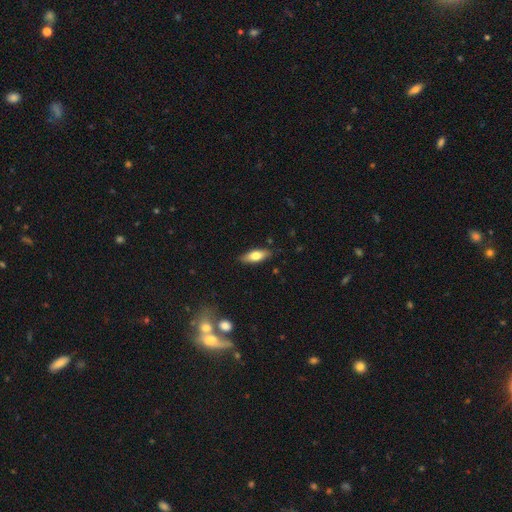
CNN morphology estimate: smooth 66%, featured or disk 28%, star or artifact 6%. Down the decision tree: how rounded — in between (67%); merging — none (86%).